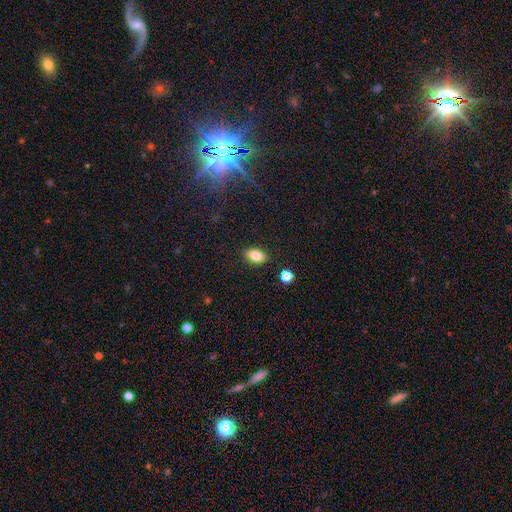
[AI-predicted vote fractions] This appears to be a smooth galaxy with no disk features (82%) that is in between round and cigar-shaped (88%). Merging: none (87%).